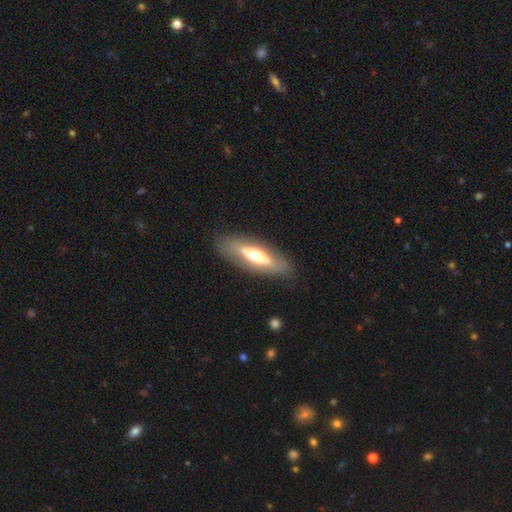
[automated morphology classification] Overall: featured or disk (50%; smooth 44%). Edge-on disk: yes (61%; no 39%). Merging: none (83%).